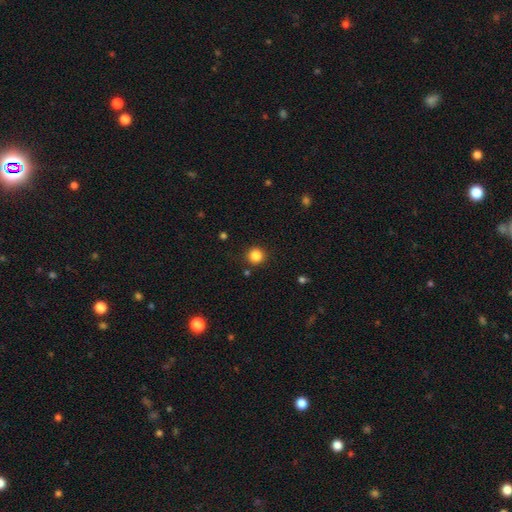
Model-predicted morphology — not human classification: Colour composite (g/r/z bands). It shows a smooth galaxy with no disk features (85%) that is round (94%). Merging: none (89%).